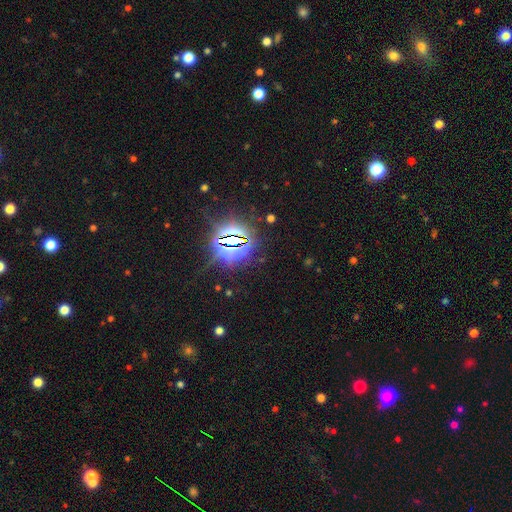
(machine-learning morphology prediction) Q: Smooth or featured?
A: star or artifact (79%); runner-up: smooth (12%)